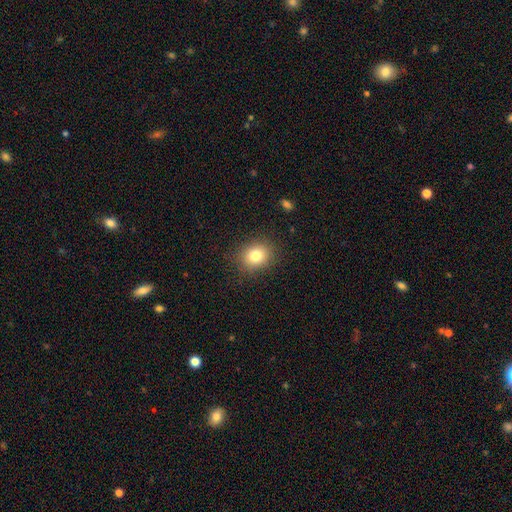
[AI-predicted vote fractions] Smooth or featured? smooth (80%)
How rounded? round (63%)
Merging? none (87%)